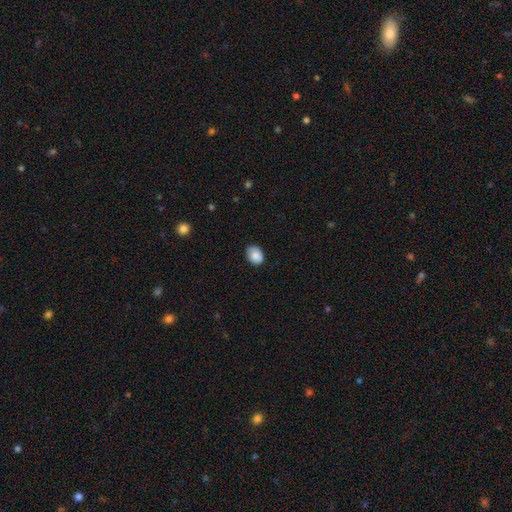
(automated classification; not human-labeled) smooth 86%, star or artifact 8%, featured or disk 6%. Down the decision tree: how rounded — in between (67%); merging — none (78%).